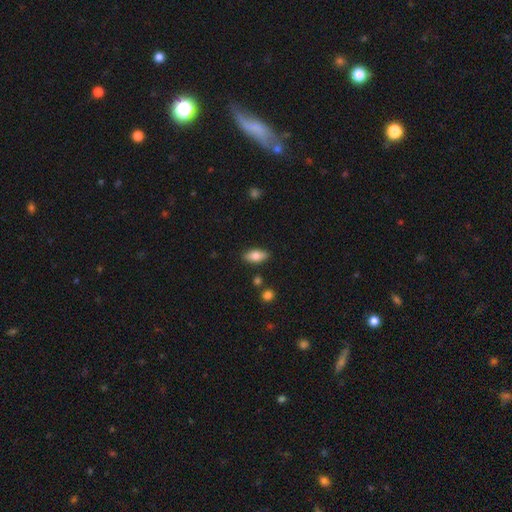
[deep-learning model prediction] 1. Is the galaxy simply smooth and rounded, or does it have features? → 79% smooth, 14% featured or disk, 7% star or artifact.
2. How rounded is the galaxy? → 87% in between, 9% cigar-shaped, 3% round.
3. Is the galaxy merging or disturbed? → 86% none, 10% minor disturbance, 2% merger, 2% major disturbance.